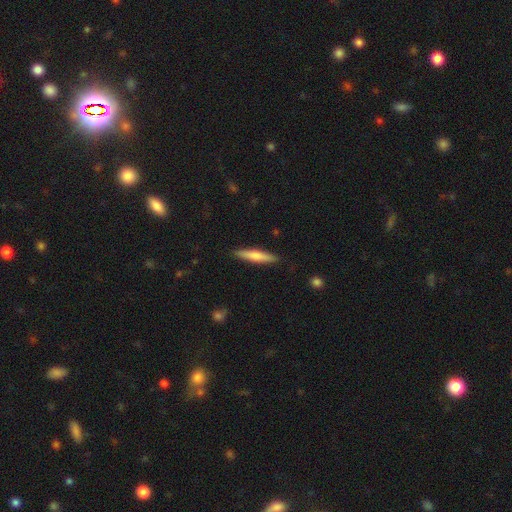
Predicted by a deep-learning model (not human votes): Smooth or featured? Predicted: smooth (p=0.64). How rounded? Predicted: cigar-shaped (p=0.88). Merging? Predicted: none (p=0.89).